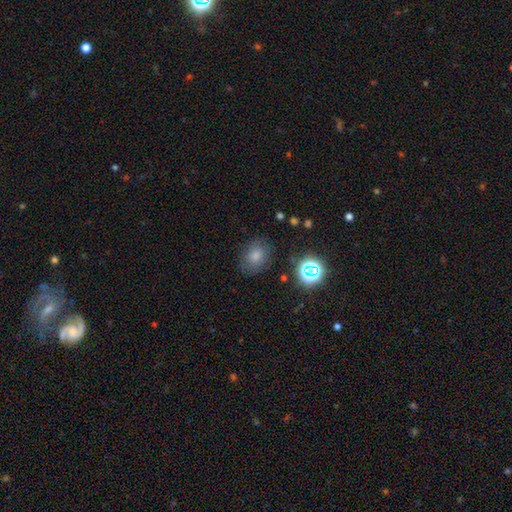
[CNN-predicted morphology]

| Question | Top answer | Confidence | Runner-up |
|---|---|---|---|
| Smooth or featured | smooth | 76% | star or artifact (16%) |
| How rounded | in between | 50% | round (49%) |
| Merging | none | 76% | minor disturbance (16%) |